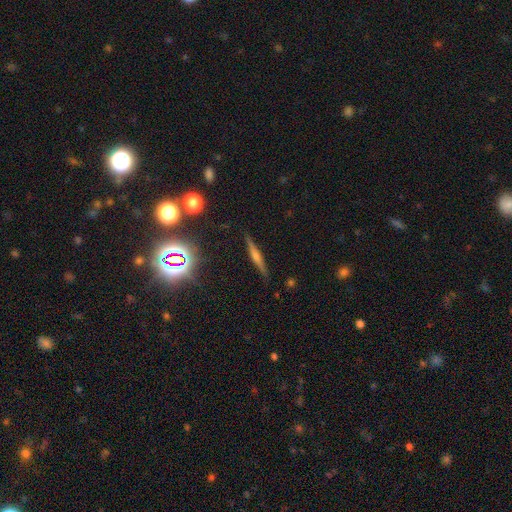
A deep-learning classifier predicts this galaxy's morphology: The model was most divided on "smooth or featured": featured or disk: 56%, smooth: 28%, star or artifact: 15%. More confident: edge-on disk — yes (96%); merging — none (87%); edge-on bulge — rounded (70%).